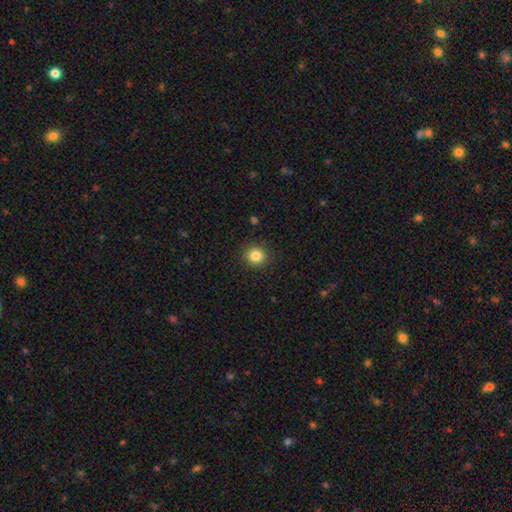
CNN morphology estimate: This appears to be a smooth galaxy with no disk features (84%) that is round (90%). Merging: none (91%).